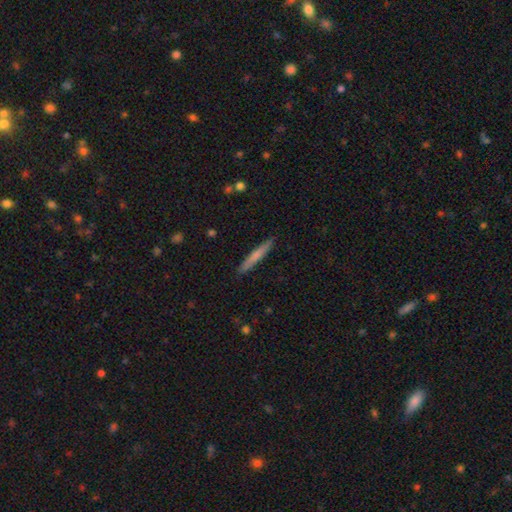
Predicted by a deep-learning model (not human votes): A smooth galaxy with no disk features (64%) that is cigar-shaped (96%).

Vote fractions:
- Smooth or featured? smooth: 64% / featured or disk: 30% / star or artifact: 6%
- How rounded? cigar-shaped: 96% / in between: 3% / round: 1%
- Merging? none: 91% / minor disturbance: 7% / major disturbance: 1% / merger: 1%